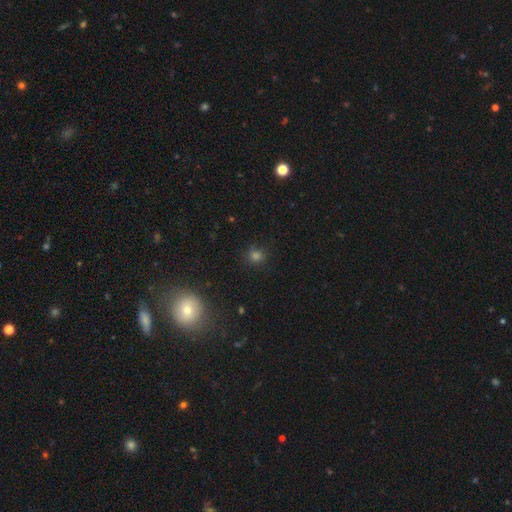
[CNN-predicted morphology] Smooth or featured? smooth (70%)
How rounded? round (87%)
Merging? none (86%)